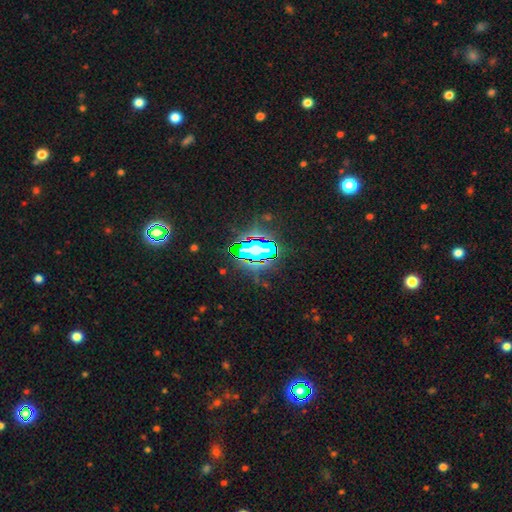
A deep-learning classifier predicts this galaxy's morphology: star or artifact 81%, smooth 11%, featured or disk 8%.